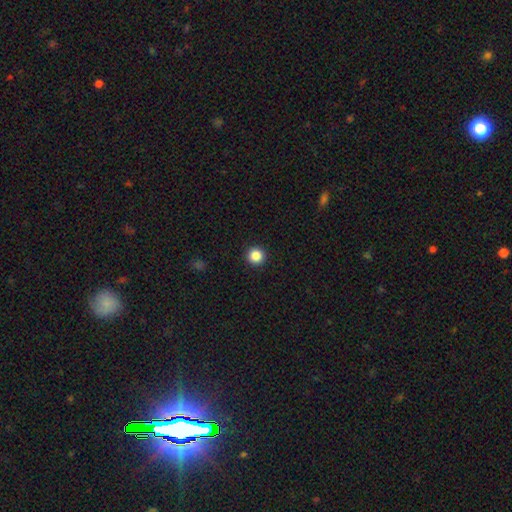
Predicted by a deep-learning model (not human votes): The model was most divided on "smooth or featured": smooth: 86%, star or artifact: 11%, featured or disk: 3%. More confident: how rounded — round (96%); merging — none (93%).